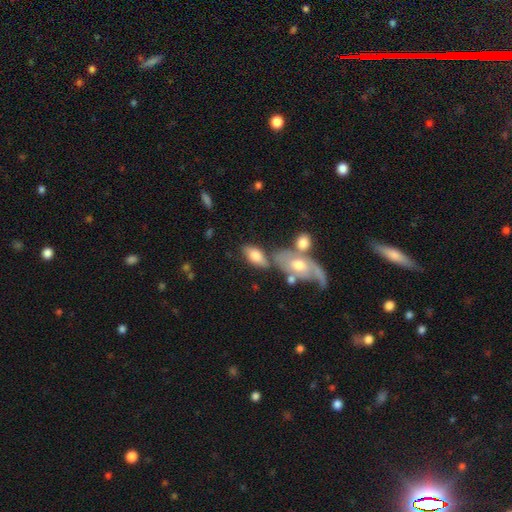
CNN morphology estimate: smooth 66%, featured or disk 27%, star or artifact 7%. Down the decision tree: how rounded — in between (87%); merging — none (46%).